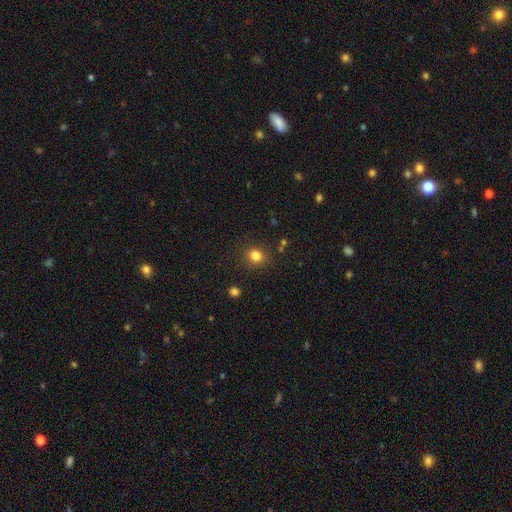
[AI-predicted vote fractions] Smooth or featured: smooth — 81% (star or artifact — 13%)
How rounded: round — 74% (in between — 25%)
Merging: none — 84% (minor disturbance — 10%)